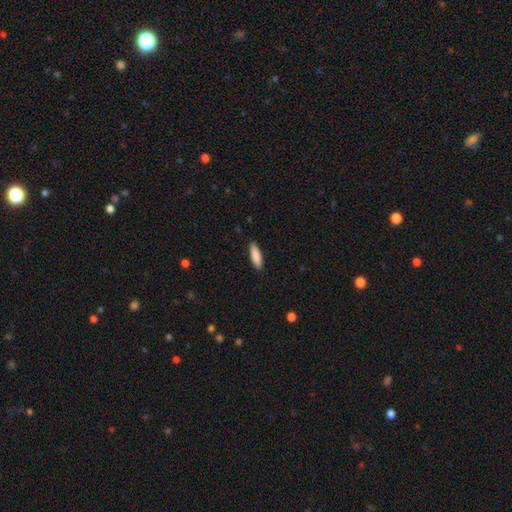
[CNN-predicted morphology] This appears to be a smooth galaxy with no disk features (87%) that is cigar-shaped (64%). Merging: none (89%).